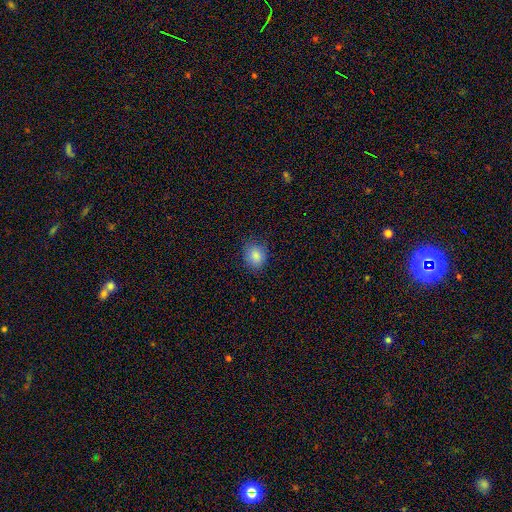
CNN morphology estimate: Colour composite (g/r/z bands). It shows a smooth galaxy with no disk features (84%) that is round (62%). Merging: none (81%).